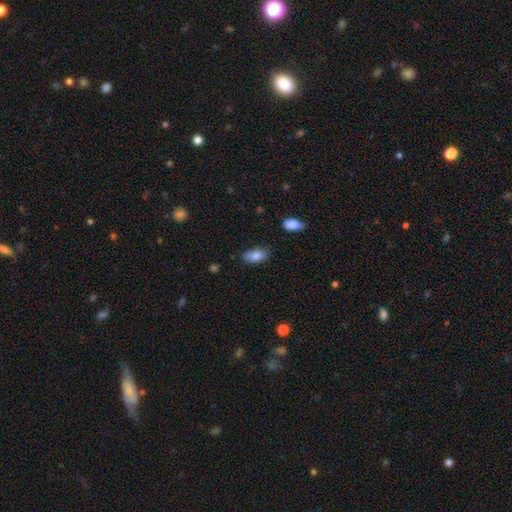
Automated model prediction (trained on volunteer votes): This is clearly a smooth galaxy (83%). How rounded: clearly in between (88%). Merging: likely none (78%).